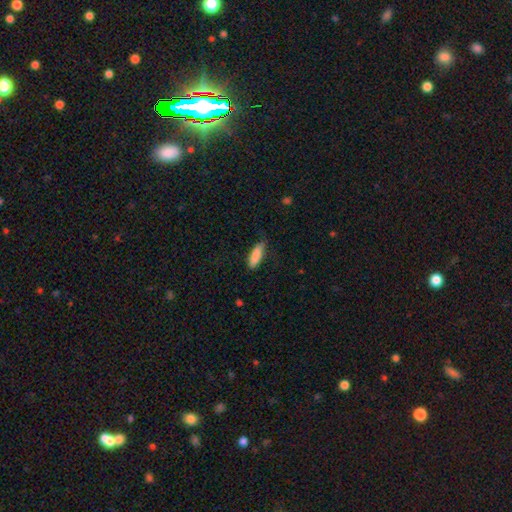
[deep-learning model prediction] Smooth or featured?
  - smooth: 88% *
  - featured or disk: 6%
  - star or artifact: 6%
How rounded?
  - in between: 50% *
  - cigar-shaped: 49%
  - round: 2%
Merging?
  - none: 73% *
  - minor disturbance: 22%
  - major disturbance: 4%
  - merger: 1%